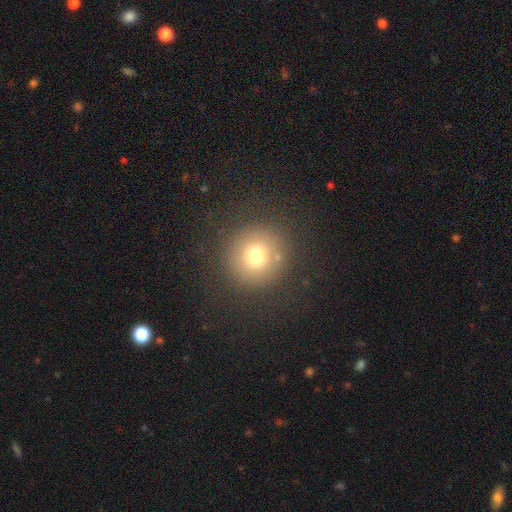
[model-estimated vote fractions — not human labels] smooth_or_featured: smooth (p=0.72) [alt: star or artifact p=0.16]
how_rounded: round (p=0.94) [alt: in between p=0.05]
merging: none (p=0.85) [alt: minor disturbance p=0.08]